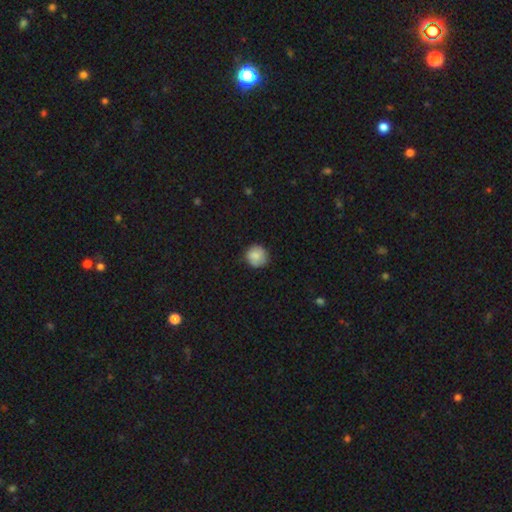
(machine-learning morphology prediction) A smooth galaxy with no disk features (85%) that is round (93%). Merging: none (83%).